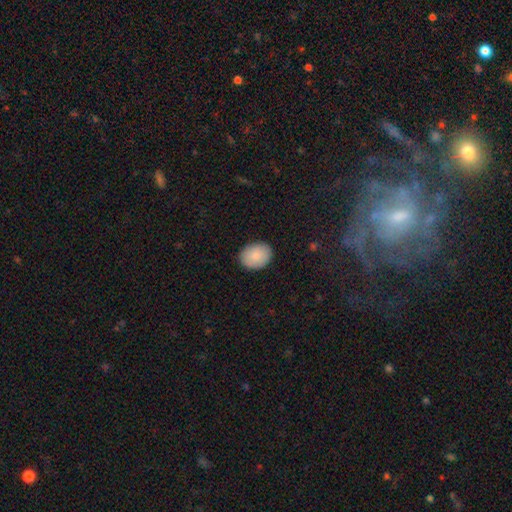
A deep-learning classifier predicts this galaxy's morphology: This appears to be a smooth galaxy with no disk features (86%) that is in between round and cigar-shaped (59%). Merging: none (87%).